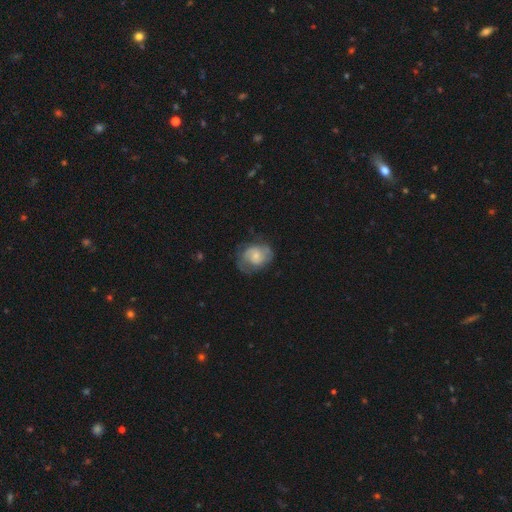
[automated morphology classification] smooth-or-featured: featured or disk: 61% | smooth: 32% | star or artifact: 7%
  disk-edge-on: no: 98% | yes: 2%
    bar: no: 64% | weak: 31% | strong: 5%
    has-spiral-arms: yes: 84% | no: 16%
      spiral-winding: medium: 45% | tight: 36% | loose: 19%
      spiral-arm-count: 2: 66% | can't tell: 21% | 3: 5% | 1: 4% | 4: 2% | more than 4: 2%
    bulge-size: small: 53% | moderate: 33% | none: 8% | large: 5% | dominant: 1%
  merging: none: 59% | minor disturbance: 24% | major disturbance: 15% | merger: 1%